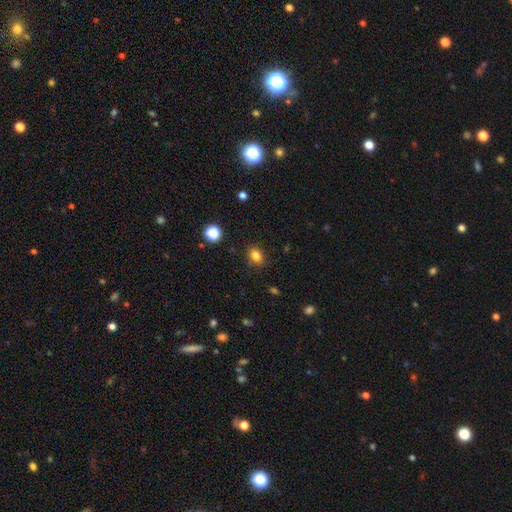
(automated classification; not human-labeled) A smooth galaxy with no disk features (82%) that is in between round and cigar-shaped (64%).

Vote fractions:
- Smooth or featured? smooth: 82% / star or artifact: 12% / featured or disk: 6%
- How rounded? in between: 64% / round: 34% / cigar-shaped: 1%
- Merging? none: 82% / minor disturbance: 13% / major disturbance: 3% / merger: 2%